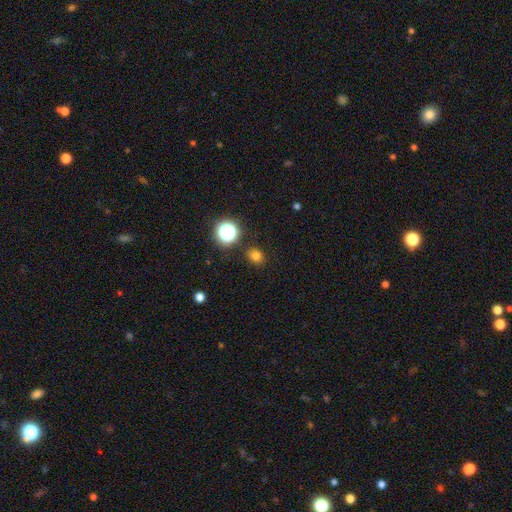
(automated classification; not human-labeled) smooth-or-featured: smooth: 76% | star or artifact: 18% | featured or disk: 5%
  how-rounded: round: 72% | in between: 27% | cigar-shaped: 1%
  merging: none: 87% | minor disturbance: 8% | major disturbance: 3% | merger: 2%